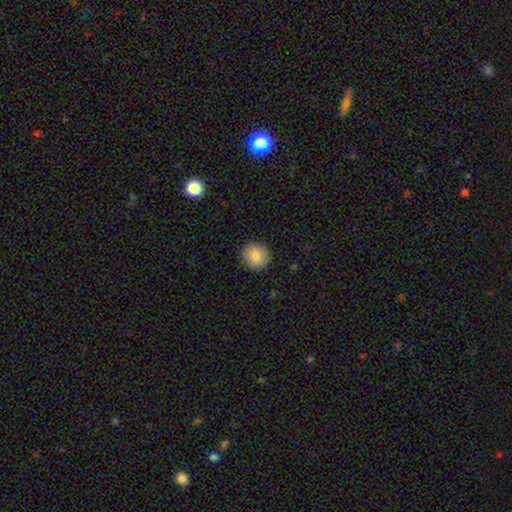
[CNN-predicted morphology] smooth-or-featured: smooth: 86% | star or artifact: 8% | featured or disk: 6%
  how-rounded: round: 90% | in between: 9% | cigar-shaped: 1%
  merging: none: 90% | minor disturbance: 7% | major disturbance: 2% | merger: 1%